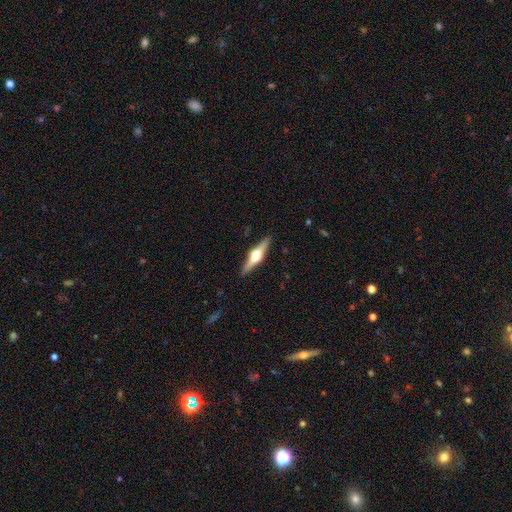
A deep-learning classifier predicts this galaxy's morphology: This appears to be a featured or disk galaxy (74%) viewed edge-on (98%) with a rounded central bulge (96%). Merging: none (91%).